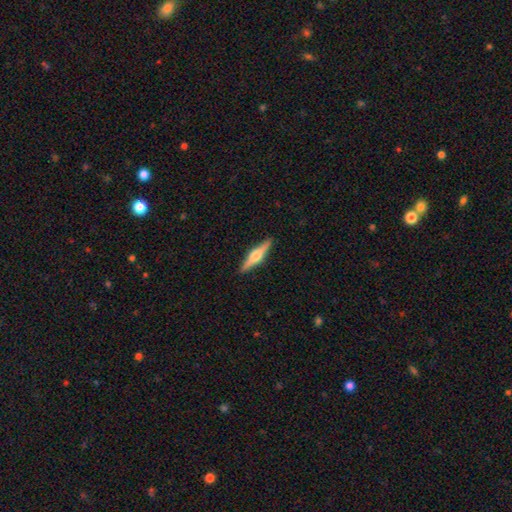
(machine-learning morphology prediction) Smooth or featured? featured or disk (66%)
Edge-on disk? yes (98%)
Edge-on bulge? rounded (92%)
Merging? none (91%)